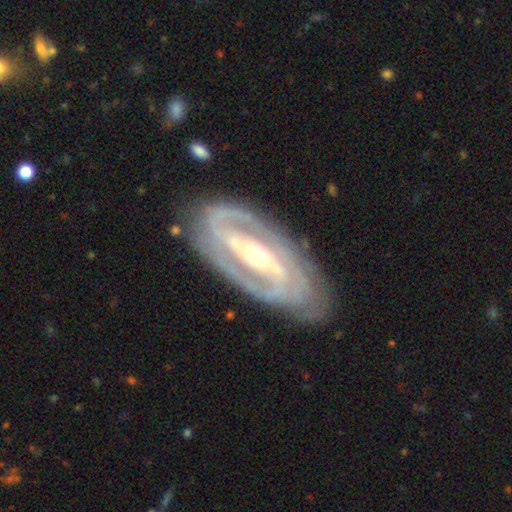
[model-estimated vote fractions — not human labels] smooth_or_featured: featured or disk (p=0.90) [alt: smooth p=0.06]
disk_edge_on: no (p=0.93) [alt: yes p=0.07]
bar: strong (p=0.56) [alt: weak p=0.26]
has_spiral_arms: yes (p=0.94) [alt: no p=0.06]
spiral_winding: tight (p=0.62) [alt: medium p=0.31]
spiral_arm_count: 2 (p=0.75) [alt: can't tell p=0.10]
bulge_size: moderate (p=0.54) [alt: small p=0.41]
merging: none (p=0.81) [alt: minor disturbance p=0.13]